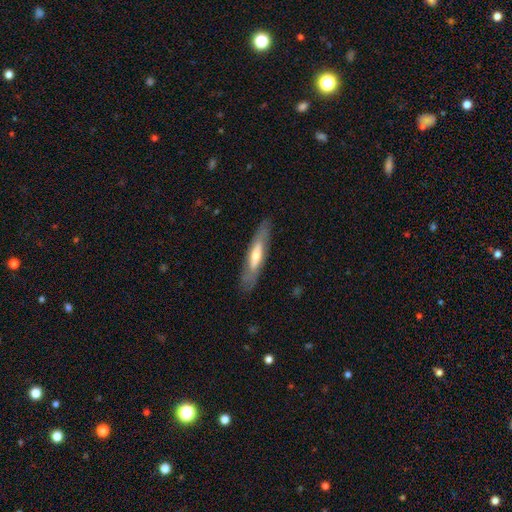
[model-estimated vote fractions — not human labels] Q: Smooth or featured?
A: featured or disk (54%); runner-up: smooth (40%)
Q: Edge-on disk?
A: yes (61%); runner-up: no (39%)
Q: Merging?
A: none (82%); runner-up: minor disturbance (13%)